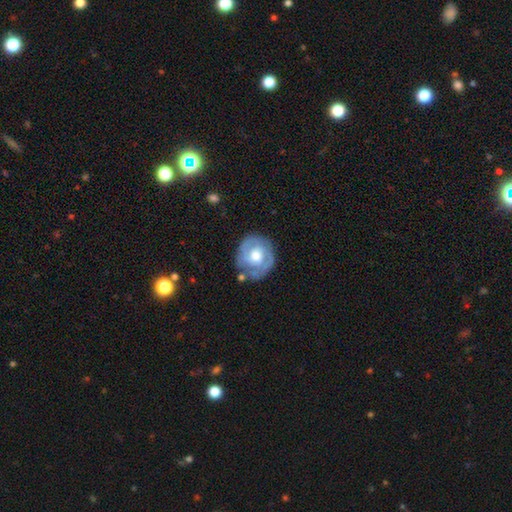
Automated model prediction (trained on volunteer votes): The model was most divided on "spiral arm count": 2: 45%, can't tell: 28%, 3: 15%, 1: 6%, 4: 4%, more than 4: 3%. More confident: edge-on disk — no (97%); spiral arms — yes (83%); smooth or featured — featured or disk (71%); merging — none (71%); bar — no (70%); bulge size — moderate (65%); spiral winding — tight (57%).